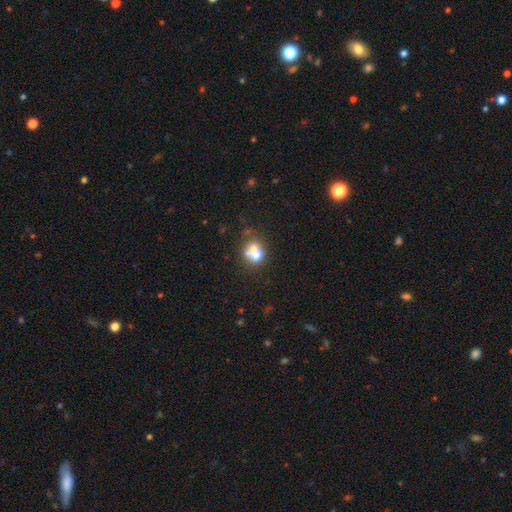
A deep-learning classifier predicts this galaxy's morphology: Overall: smooth (54%; featured or disk 28%). How rounded: round (66%; in between 32%). Merging: merger (47%; none 36%).